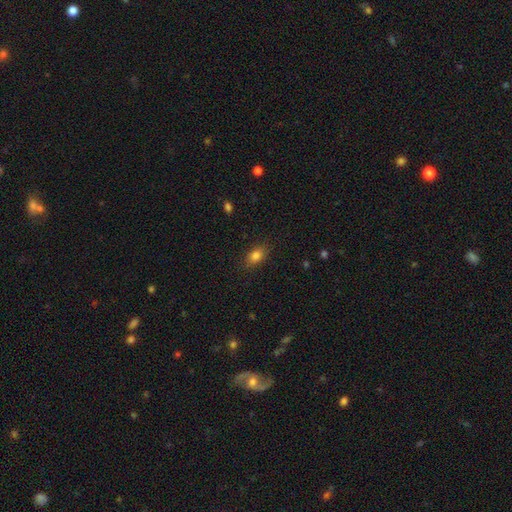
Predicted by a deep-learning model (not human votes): Morphology: type=smooth (83%); roundness=in between (81%); merging=none (85%).